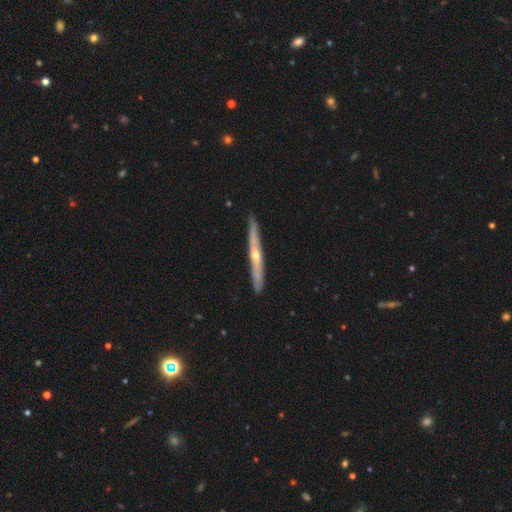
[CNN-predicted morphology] This is likely a featured or disk galaxy (71%). It is clearly viewed edge-on (95%). Edge-on bulge: likely rounded (77%). Merging: clearly none (90%).